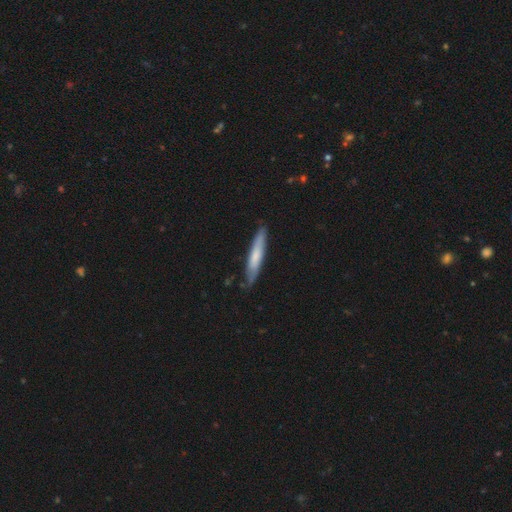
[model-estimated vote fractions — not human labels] smooth-or-featured: smooth: 66% | featured or disk: 29% | star or artifact: 5%
  how-rounded: cigar-shaped: 91% | in between: 8% | round: 1%
  merging: none: 83% | minor disturbance: 14% | major disturbance: 2% | merger: 1%